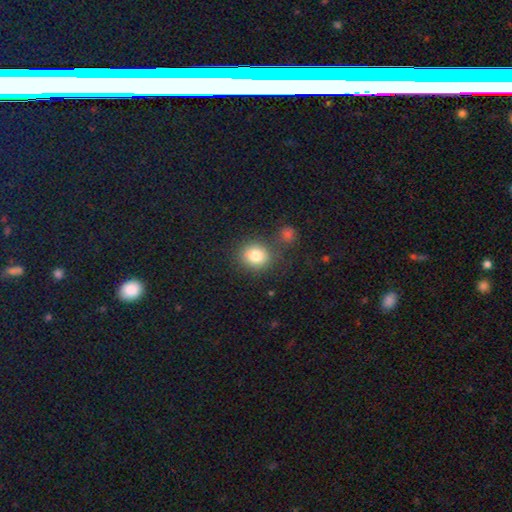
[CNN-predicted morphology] A smooth galaxy with no disk features (81%) that is round (77%).

Vote fractions:
- Smooth or featured? smooth: 81% / star or artifact: 11% / featured or disk: 8%
- How rounded? round: 77% / in between: 22% / cigar-shaped: 1%
- Merging? none: 74% / minor disturbance: 11% / merger: 11% / major disturbance: 4%